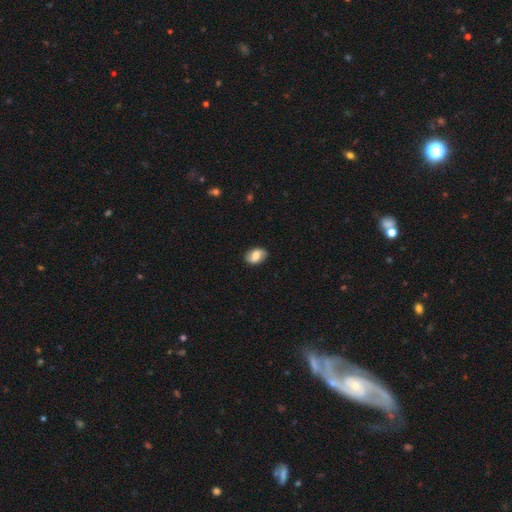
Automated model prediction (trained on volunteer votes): Q: Smooth or featured?
A: smooth (59%); runner-up: featured or disk (33%)
Q: How rounded?
A: in between (84%); runner-up: round (14%)
Q: Merging?
A: none (82%); runner-up: minor disturbance (13%)